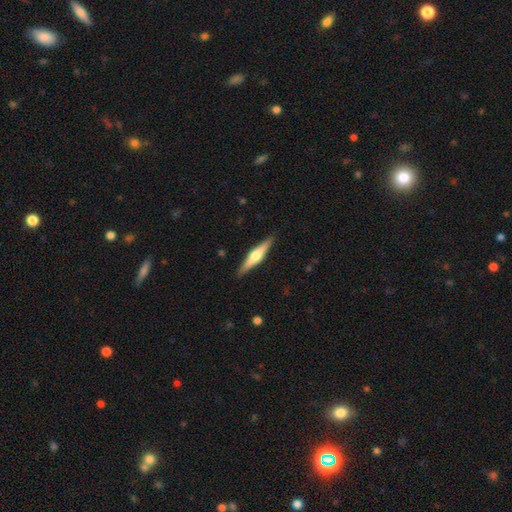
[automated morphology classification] A featured or disk galaxy (66%) viewed edge-on (97%) with a rounded central bulge (91%). Merging: none (91%).